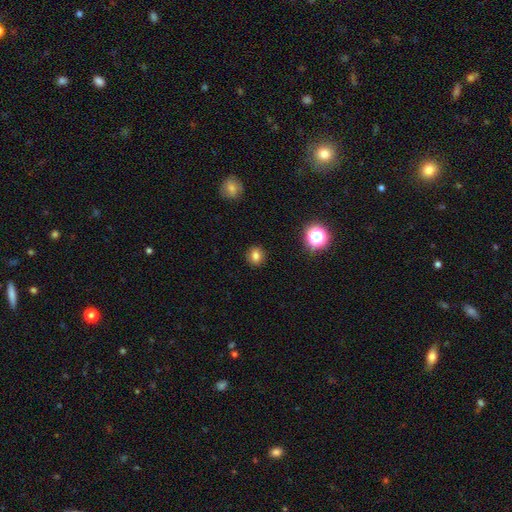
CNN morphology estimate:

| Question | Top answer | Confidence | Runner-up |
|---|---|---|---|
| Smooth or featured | smooth | 79% | star or artifact (14%) |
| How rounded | round | 78% | in between (21%) |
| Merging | none | 90% | minor disturbance (7%) |